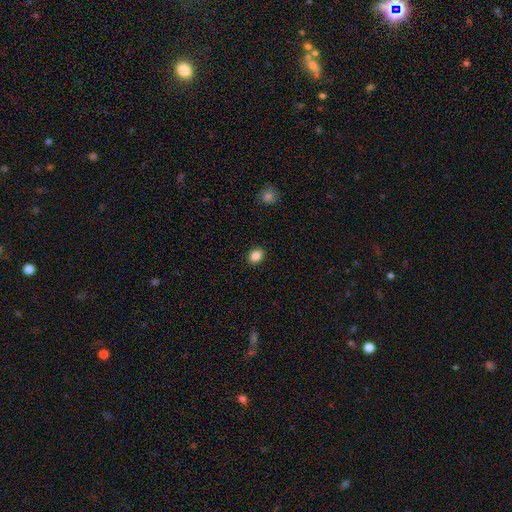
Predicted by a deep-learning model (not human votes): smooth_or_featured: smooth (p=0.86) [alt: star or artifact p=0.10]
how_rounded: in between (p=0.51) [alt: round p=0.48]
merging: none (p=0.90) [alt: minor disturbance p=0.07]